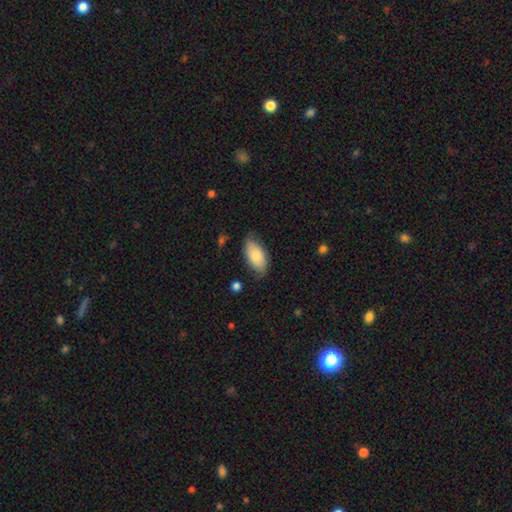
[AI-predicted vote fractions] Q: Smooth or featured?
A: smooth (78%); runner-up: featured or disk (16%)
Q: How rounded?
A: in between (93%); runner-up: cigar-shaped (5%)
Q: Merging?
A: none (72%); runner-up: minor disturbance (23%)